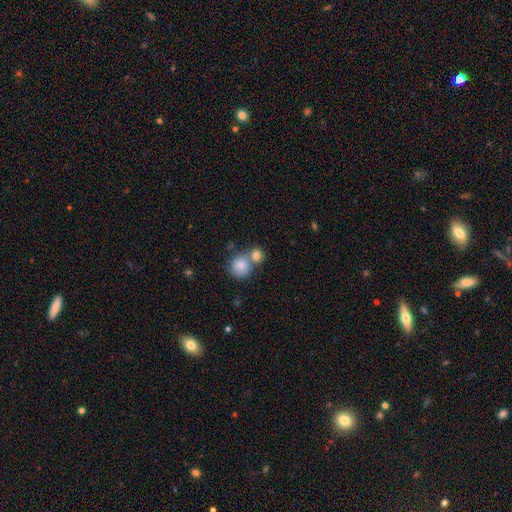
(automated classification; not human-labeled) smooth-or-featured: smooth: 82% | star or artifact: 9% | featured or disk: 9%
  how-rounded: round: 82% | in between: 17% | cigar-shaped: 1%
  merging: merger: 48% | none: 42% | minor disturbance: 7% | major disturbance: 3%